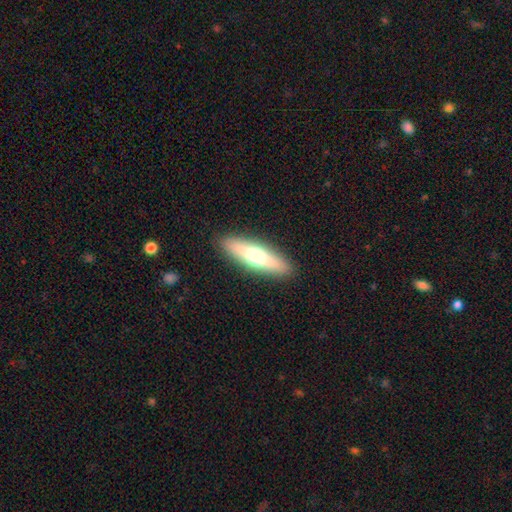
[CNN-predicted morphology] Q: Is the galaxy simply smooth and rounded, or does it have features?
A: smooth — 52%.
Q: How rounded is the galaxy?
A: cigar-shaped — 67%.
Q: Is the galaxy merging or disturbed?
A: none — 90%.